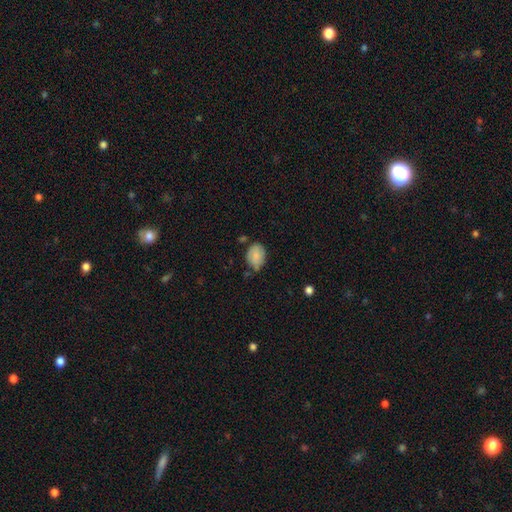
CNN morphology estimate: smooth-or-featured: smooth: 80% | featured or disk: 12% | star or artifact: 8%
  how-rounded: in between: 71% | round: 28% | cigar-shaped: 1%
  merging: none: 55% | minor disturbance: 31% | merger: 7% | major disturbance: 6%